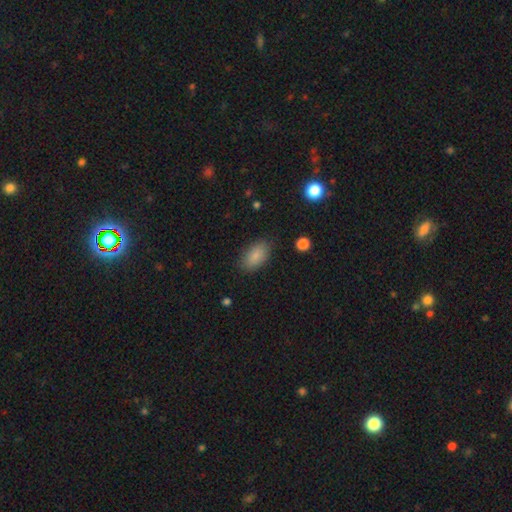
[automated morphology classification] smooth 86%, star or artifact 8%, featured or disk 6%. Down the decision tree: how rounded — in between (92%); merging — none (83%).